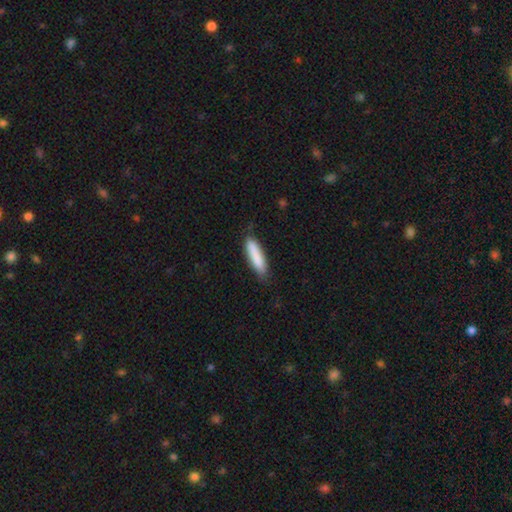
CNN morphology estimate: A smooth galaxy with no disk features (85%) that is cigar-shaped (75%).

Vote fractions:
- Smooth or featured? smooth: 85% / featured or disk: 9% / star or artifact: 6%
- How rounded? cigar-shaped: 75% / in between: 24% / round: 1%
- Merging? none: 79% / minor disturbance: 17% / major disturbance: 3% / merger: 2%